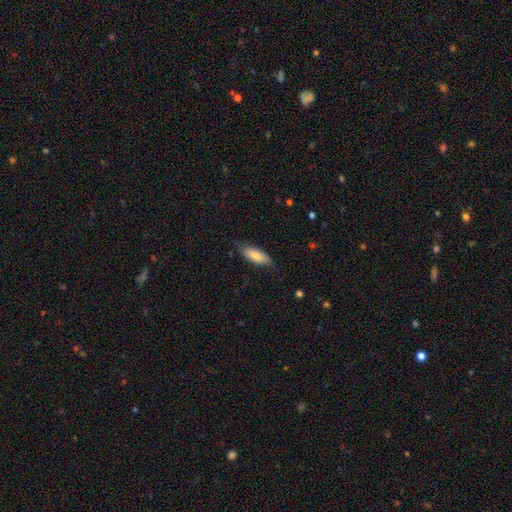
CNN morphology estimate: The model was most divided on "how rounded": in between: 70%, cigar-shaped: 29%, round: 2%. More confident: smooth or featured — smooth (80%); merging — none (76%).